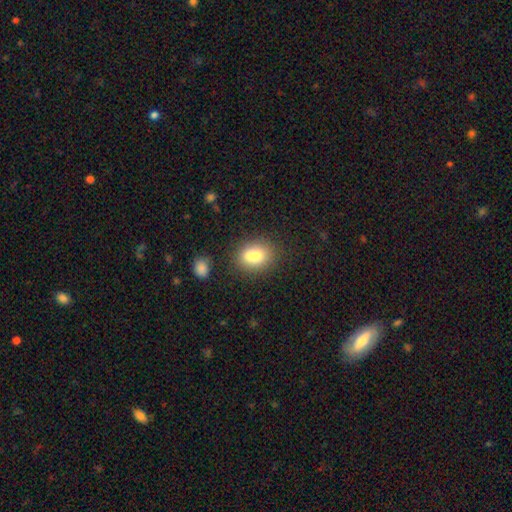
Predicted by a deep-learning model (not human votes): This is likely a smooth galaxy (78%). How rounded: likely in between (64%). Merging: likely none (62%).